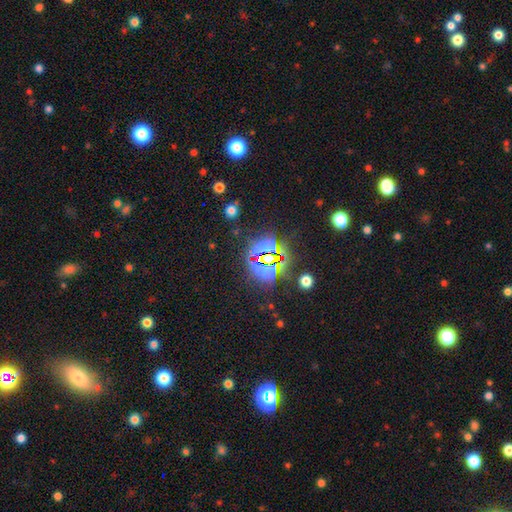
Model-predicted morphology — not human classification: A star or artifact, not a galaxy (80%).